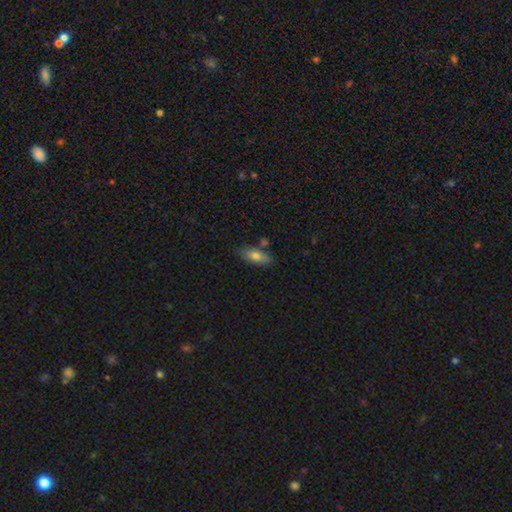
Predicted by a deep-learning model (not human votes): Q: Smooth or featured?
A: smooth (76%); runner-up: featured or disk (16%)
Q: How rounded?
A: in between (84%); runner-up: cigar-shaped (12%)
Q: Merging?
A: none (74%); runner-up: minor disturbance (15%)